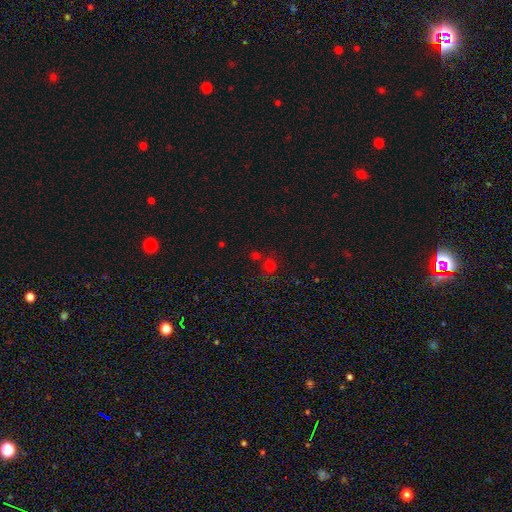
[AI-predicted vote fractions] Overall: smooth (54%; star or artifact 38%). How rounded: round (84%). Merging: none (62%; merger 26%).